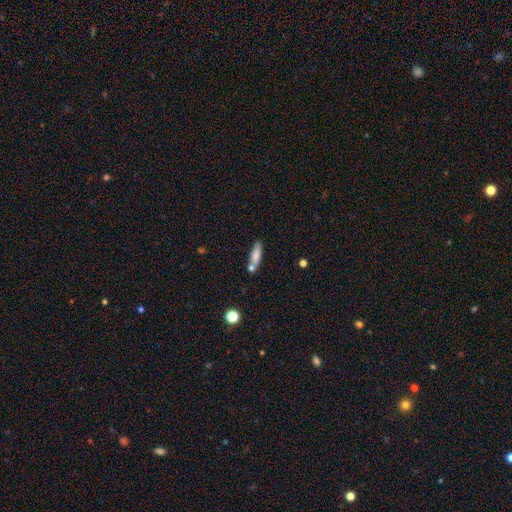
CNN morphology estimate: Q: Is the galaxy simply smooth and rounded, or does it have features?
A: smooth — 76%.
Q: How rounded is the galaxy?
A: cigar-shaped — 62%.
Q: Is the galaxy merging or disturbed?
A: none — 64%.